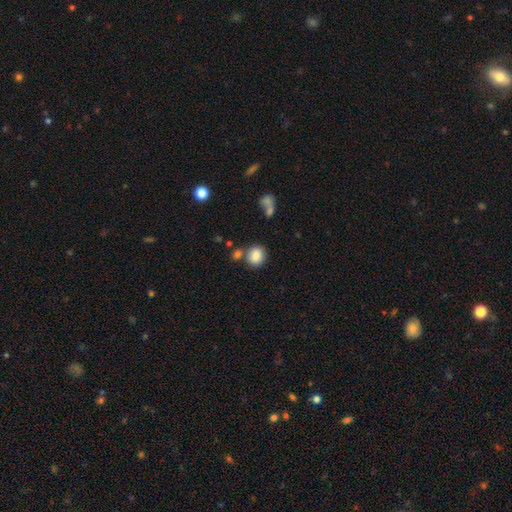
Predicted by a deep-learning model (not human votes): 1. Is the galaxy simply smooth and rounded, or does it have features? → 85% smooth, 9% star or artifact, 6% featured or disk.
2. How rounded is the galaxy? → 71% round, 28% in between, 1% cigar-shaped.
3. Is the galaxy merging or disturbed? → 68% none, 16% merger, 12% minor disturbance, 4% major disturbance.